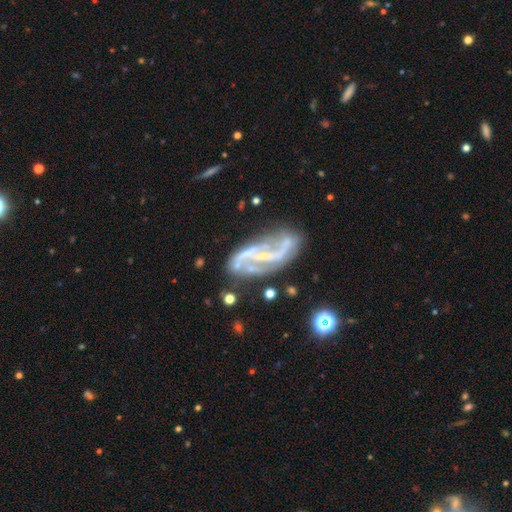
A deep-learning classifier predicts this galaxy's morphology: type=featured or disk (87%); edge-on=no (94%); bar=weak (36%, tied with strong); spiral arms=yes (94%); winding=loose (52%); arm count=2 (79%); bulge=small (70%); merging=none (63%).